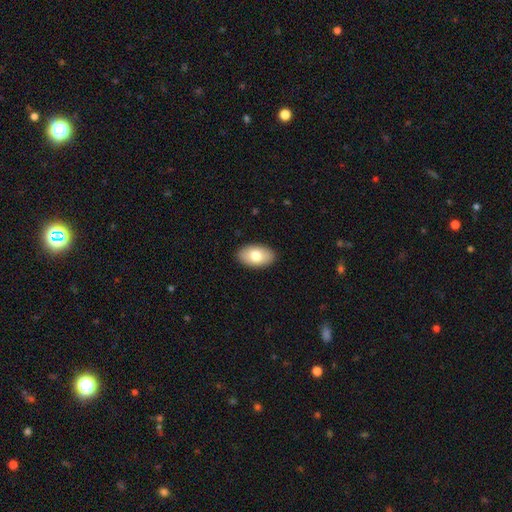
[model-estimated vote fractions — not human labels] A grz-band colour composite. It shows a smooth galaxy with no disk features (78%) that is in between round and cigar-shaped (94%). Merging: none (90%).